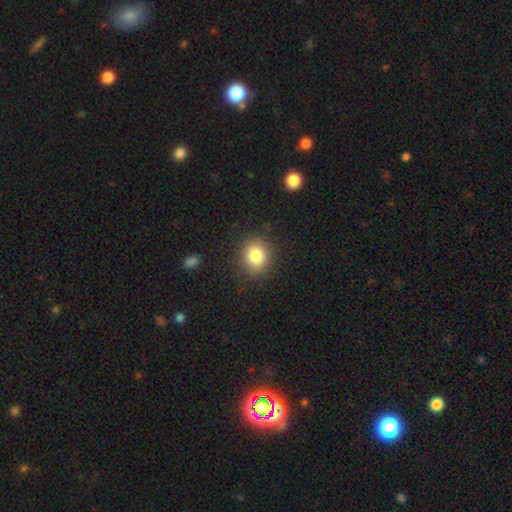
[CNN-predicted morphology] This appears to be a smooth galaxy with no disk features (83%) that is round (76%). Merging: none (87%).